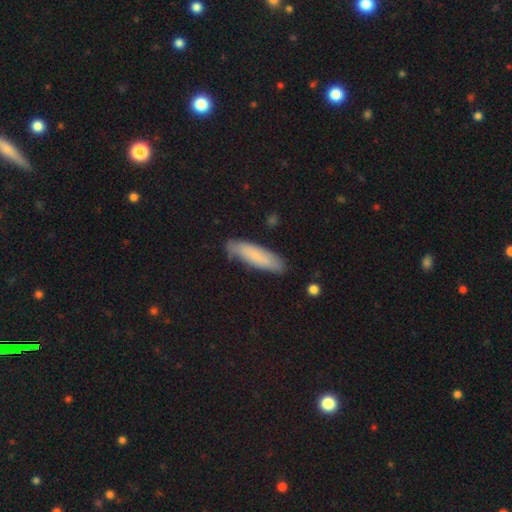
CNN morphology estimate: smooth-or-featured: smooth: 76% | featured or disk: 18% | star or artifact: 7%
  how-rounded: cigar-shaped: 69% | in between: 30% | round: 1%
  merging: none: 79% | minor disturbance: 16% | major disturbance: 3% | merger: 2%